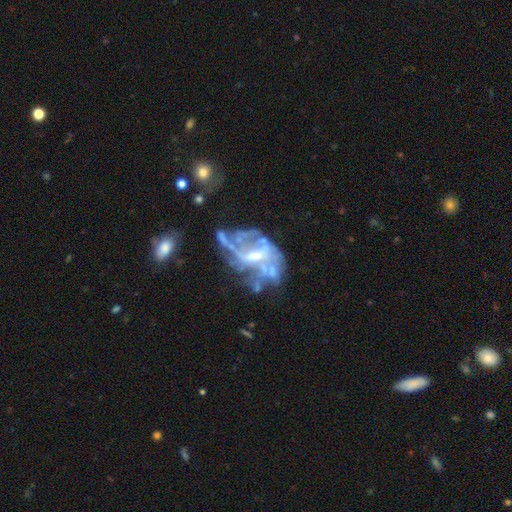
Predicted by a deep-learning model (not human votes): This appears to be a featured or disk galaxy (78%) with a weak bar (41%), no spiral arms (51%) and a small central bulge (38%). Merging: major disturbance (37%).